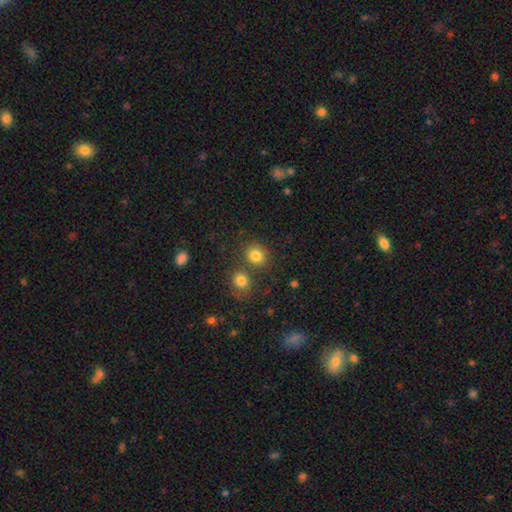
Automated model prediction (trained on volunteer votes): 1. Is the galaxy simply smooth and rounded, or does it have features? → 82% smooth, 13% star or artifact, 6% featured or disk.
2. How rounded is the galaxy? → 75% round, 24% in between, 1% cigar-shaped.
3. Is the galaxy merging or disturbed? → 71% none, 17% merger, 9% minor disturbance, 3% major disturbance.